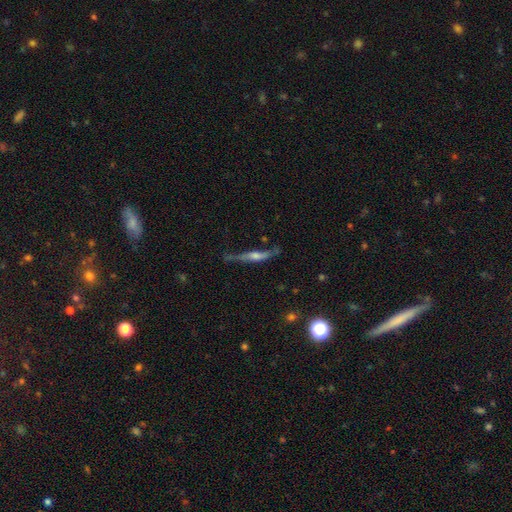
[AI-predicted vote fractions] The model was most divided on "merging": none: 66%, minor disturbance: 23%, major disturbance: 8%, merger: 4%. More confident: edge-on disk — yes (92%); edge-on bulge — rounded (75%); smooth or featured — featured or disk (72%).